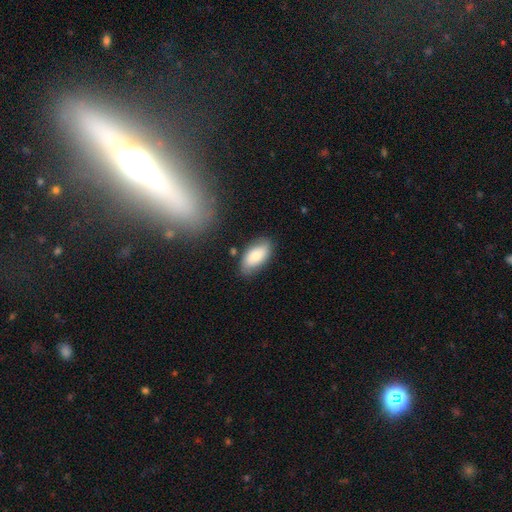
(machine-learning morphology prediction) Smooth or featured: smooth — 74% (featured or disk — 19%)
How rounded: in between — 93% (cigar-shaped — 4%)
Merging: none — 77% (minor disturbance — 16%)